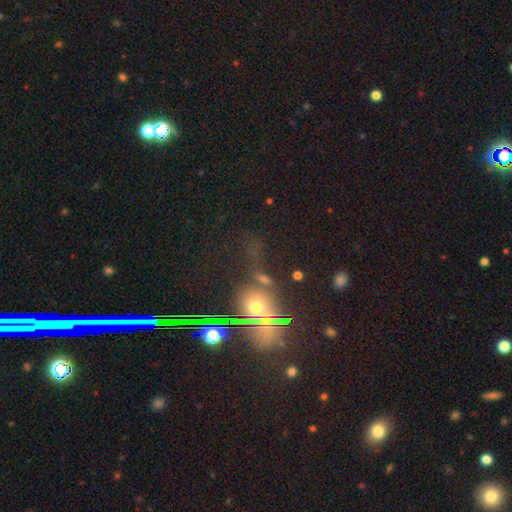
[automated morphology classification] A star or artifact, not a galaxy (52%).